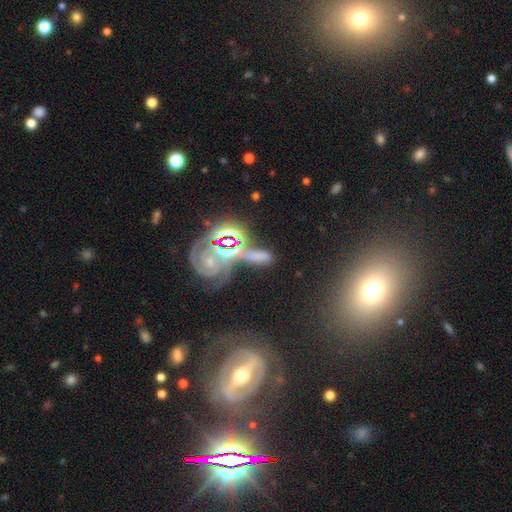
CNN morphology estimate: A star or artifact, not a galaxy (35%).

Vote fractions:
- Smooth or featured? star or artifact: 35% / featured or disk: 33% / smooth: 32%